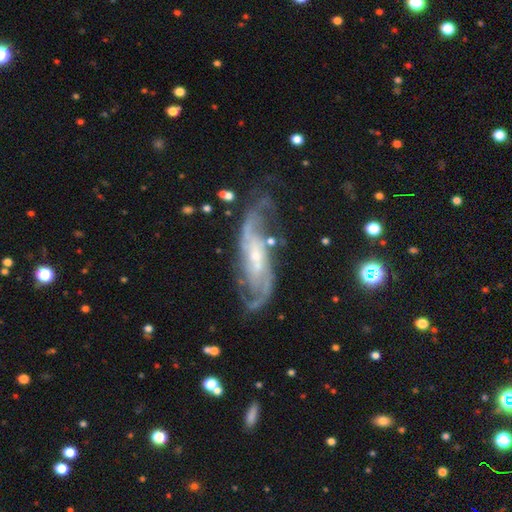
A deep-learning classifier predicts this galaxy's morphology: This appears to be a featured or disk galaxy (87%) with no bar (47%), 2 (63%) medium (43%) spiral arms (95%) and a small central bulge (72%). Merging: none (62%).